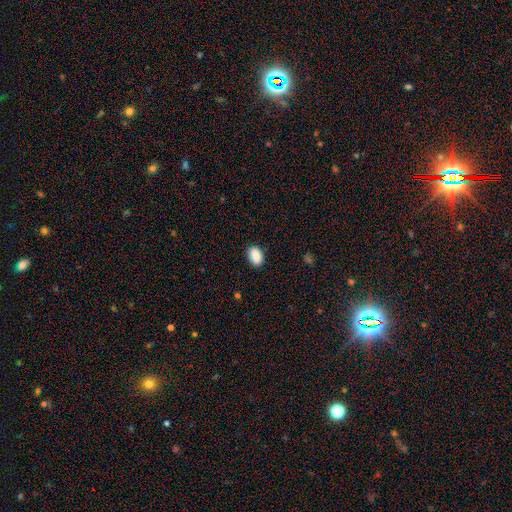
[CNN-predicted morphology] smooth_or_featured: smooth (p=0.89) [alt: star or artifact p=0.07]
how_rounded: in between (p=0.89) [alt: round p=0.09]
merging: none (p=0.87) [alt: minor disturbance p=0.10]